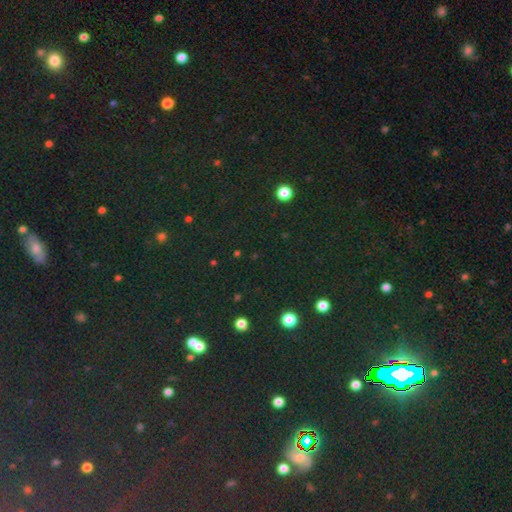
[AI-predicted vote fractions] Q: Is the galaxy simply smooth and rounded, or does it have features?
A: star or artifact — 80%.